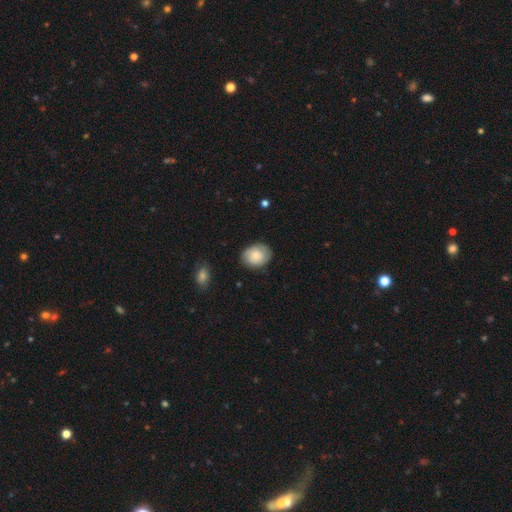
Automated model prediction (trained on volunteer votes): Q: Smooth or featured?
A: smooth (68%); runner-up: featured or disk (24%)
Q: How rounded?
A: in between (53%); runner-up: round (46%)
Q: Merging?
A: none (80%); runner-up: minor disturbance (16%)